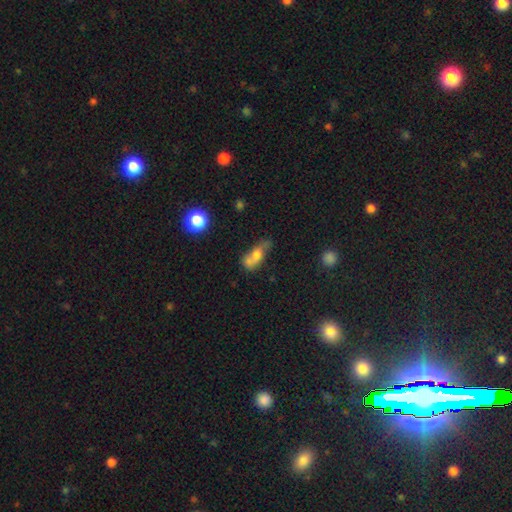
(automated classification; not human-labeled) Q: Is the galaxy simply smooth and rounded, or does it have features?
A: smooth — 61%.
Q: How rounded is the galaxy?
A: in between — 65%.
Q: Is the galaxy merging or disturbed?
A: merger — 43%.